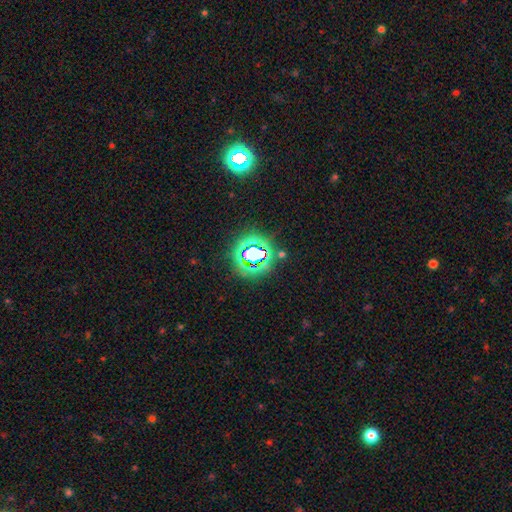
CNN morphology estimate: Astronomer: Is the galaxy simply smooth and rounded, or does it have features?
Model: star or artifact — 78%.